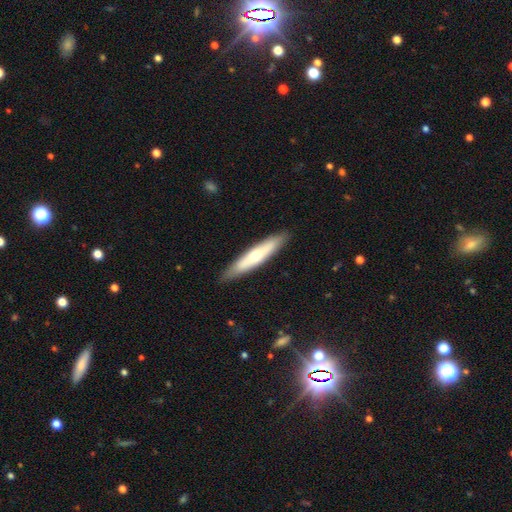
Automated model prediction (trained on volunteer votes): This appears to be a smooth galaxy with no disk features (57%) that is cigar-shaped (86%). Merging: none (88%).